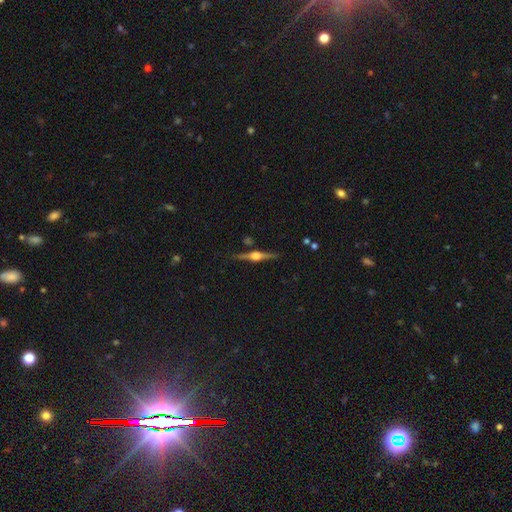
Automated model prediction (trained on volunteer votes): smooth_or_featured: featured or disk (p=0.85) [alt: smooth p=0.09]
disk_edge_on: yes (p=0.98) [alt: no p=0.02]
edge_on_bulge: rounded (p=0.92) [alt: boxy p=0.06]
merging: none (p=0.88) [alt: minor disturbance p=0.09]